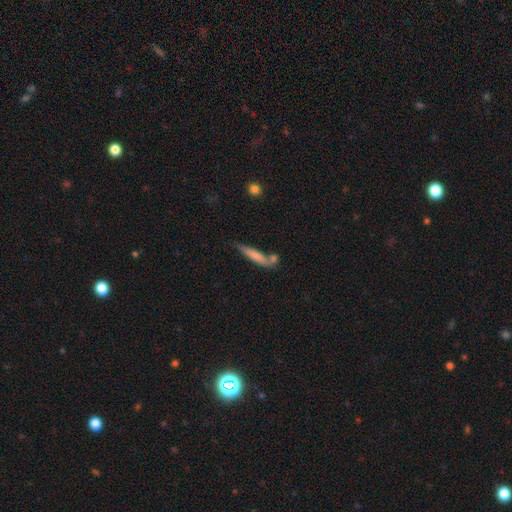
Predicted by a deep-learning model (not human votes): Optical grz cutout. It shows a smooth galaxy with no disk features (69%) that is cigar-shaped (87%). Merging: none (55%).